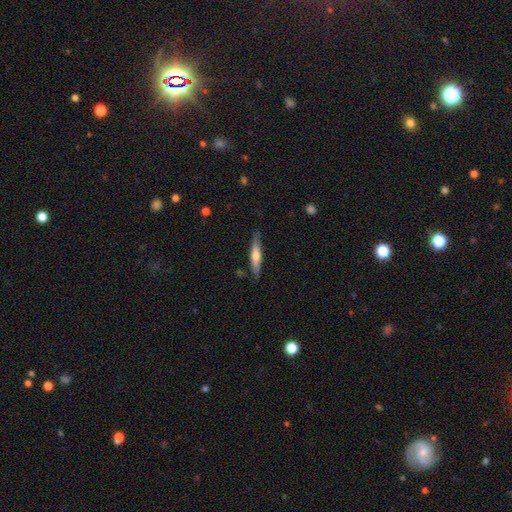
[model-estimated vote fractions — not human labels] Morphology: type=featured or disk (48%); merging=none (83%).